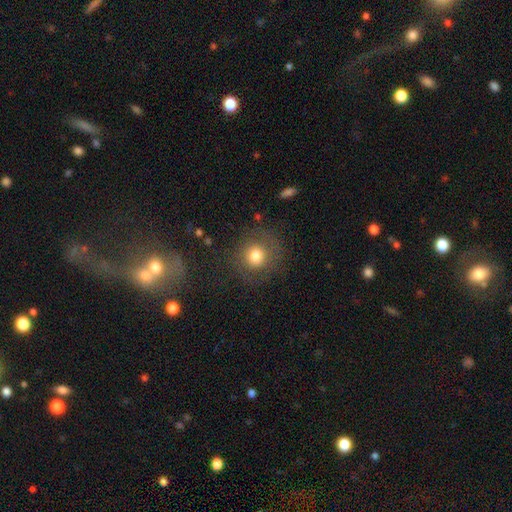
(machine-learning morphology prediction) Q: Smooth or featured?
A: smooth (73%); runner-up: featured or disk (15%)
Q: How rounded?
A: round (89%); runner-up: in between (10%)
Q: Merging?
A: none (79%); runner-up: minor disturbance (12%)